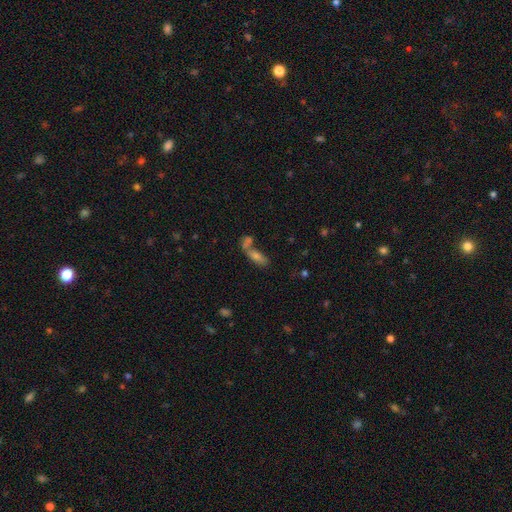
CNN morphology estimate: Smooth or featured? Predicted: smooth (p=0.59). How rounded? Predicted: in between (p=0.66). Merging? Predicted: merger (p=0.50).